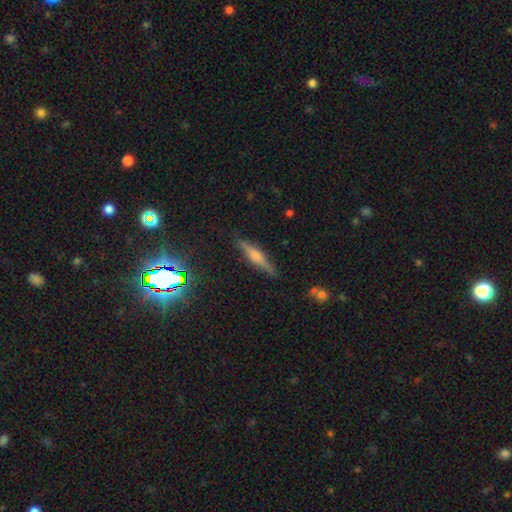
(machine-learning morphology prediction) A featured or disk galaxy (57%) viewed edge-on (96%) with a rounded central bulge (71%).

Vote fractions:
- Smooth or featured? featured or disk: 57% / smooth: 31% / star or artifact: 12%
- Edge-on disk? yes: 96% / no: 4%
- Edge-on bulge? rounded: 71% / boxy: 22% / none: 8%
- Merging? none: 88% / minor disturbance: 9% / major disturbance: 2% / merger: 1%